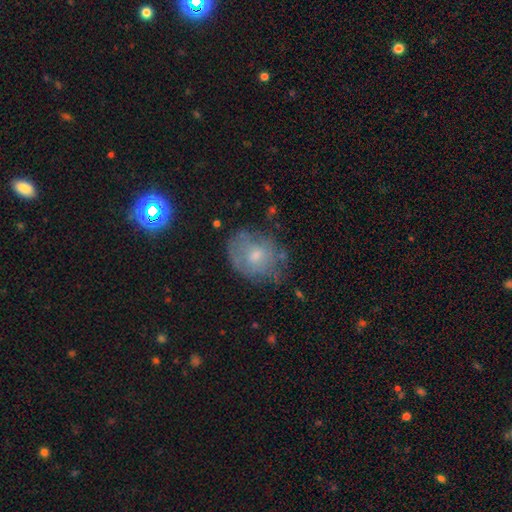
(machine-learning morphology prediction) Smooth or featured: smooth — 51% (featured or disk — 39%)
How rounded: round — 54% (in between — 45%)
Merging: none — 58% (minor disturbance — 27%)